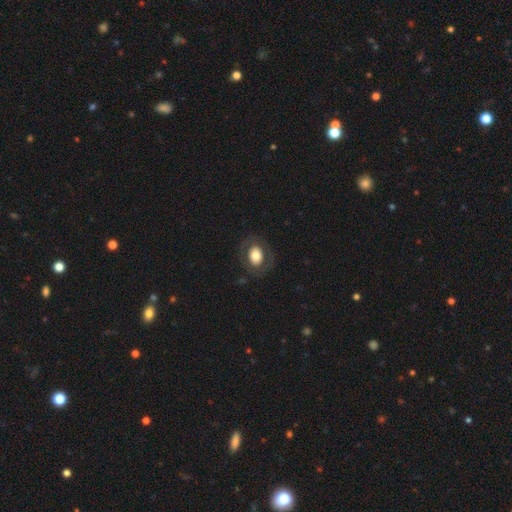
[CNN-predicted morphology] This is likely a smooth galaxy (65%). How rounded: possibly in between (60%). Merging: likely none (80%).